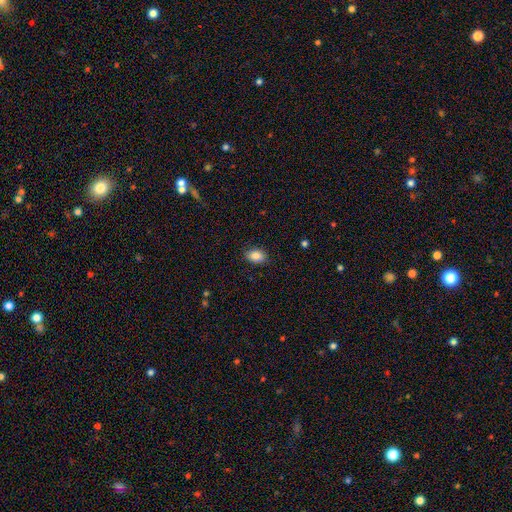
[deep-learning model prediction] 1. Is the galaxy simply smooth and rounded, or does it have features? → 86% smooth, 8% star or artifact, 6% featured or disk.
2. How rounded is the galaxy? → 83% in between, 15% round, 1% cigar-shaped.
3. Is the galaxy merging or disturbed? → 87% none, 10% minor disturbance, 2% major disturbance, 1% merger.